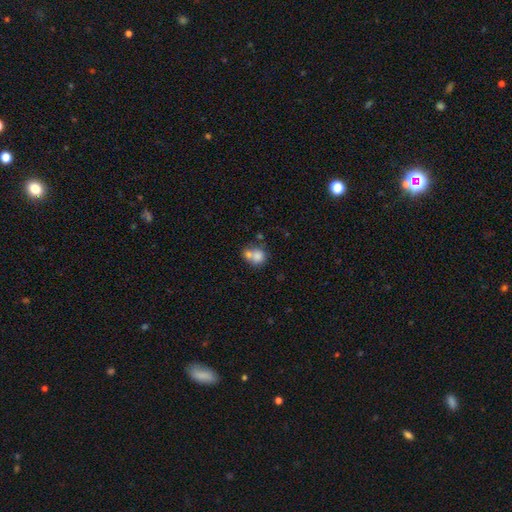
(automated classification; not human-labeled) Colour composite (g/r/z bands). It shows a smooth galaxy with no disk features (76%) that is round (73%). Merging: merger (56%).